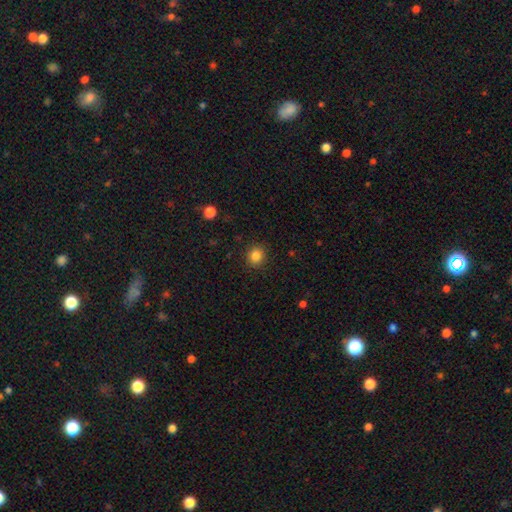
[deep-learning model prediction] This is clearly a smooth galaxy (85%). How rounded: clearly round (86%). Merging: clearly none (90%).